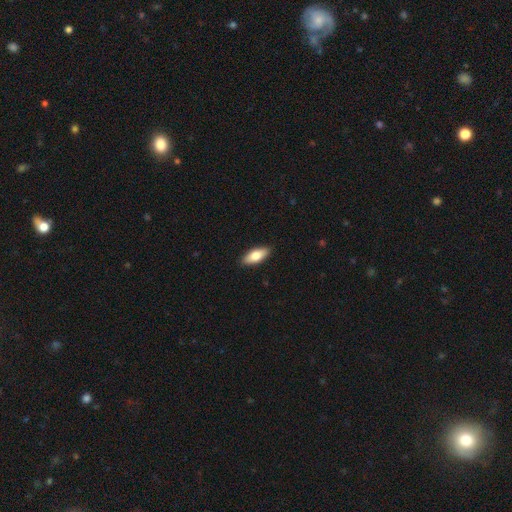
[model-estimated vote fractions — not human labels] A smooth galaxy with no disk features (76%) that is in between round and cigar-shaped (81%). Merging: none (90%).